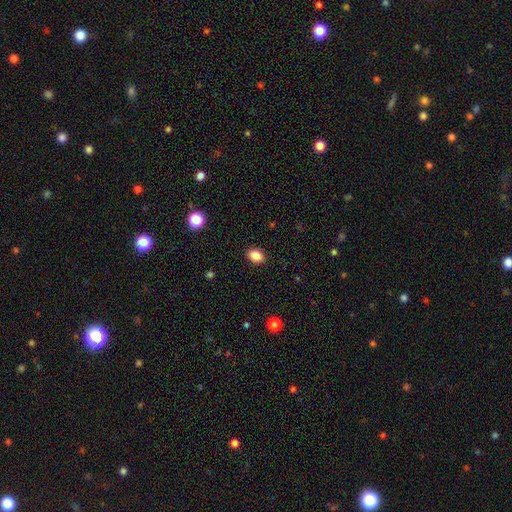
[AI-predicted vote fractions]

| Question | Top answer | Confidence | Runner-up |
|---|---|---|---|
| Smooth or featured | smooth | 86% | star or artifact (10%) |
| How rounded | in between | 74% | round (25%) |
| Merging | none | 89% | minor disturbance (8%) |